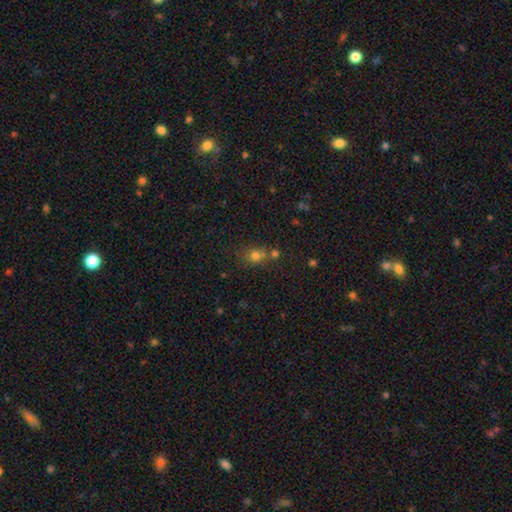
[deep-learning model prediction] Smooth or featured? smooth (70%)
How rounded? round (74%)
Merging? none (57%)